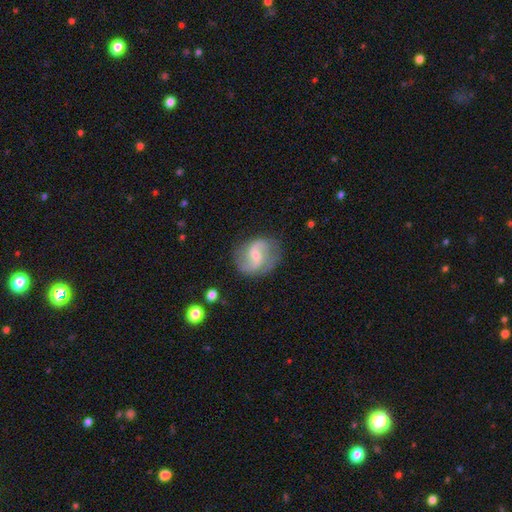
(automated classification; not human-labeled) A featured or disk galaxy (78%) with a weak bar (51%), 2 (89%) loose (51%) spiral arms (93%) and a small central bulge (56%). Merging: none (76%).